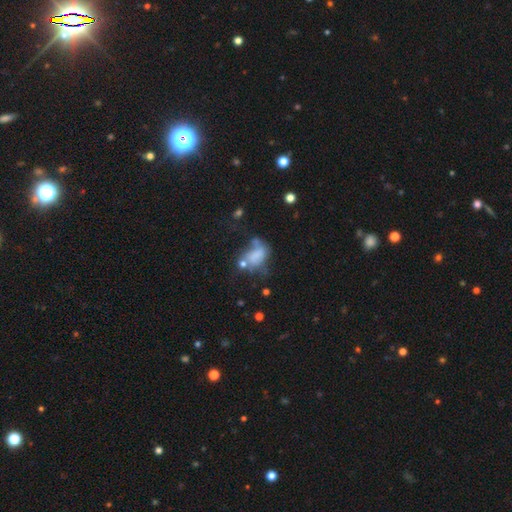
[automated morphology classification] smooth_or_featured: smooth (p=0.58) [alt: featured or disk p=0.28]
how_rounded: in between (p=0.82) [alt: round p=0.15]
merging: major disturbance (p=0.33) [alt: merger p=0.26]